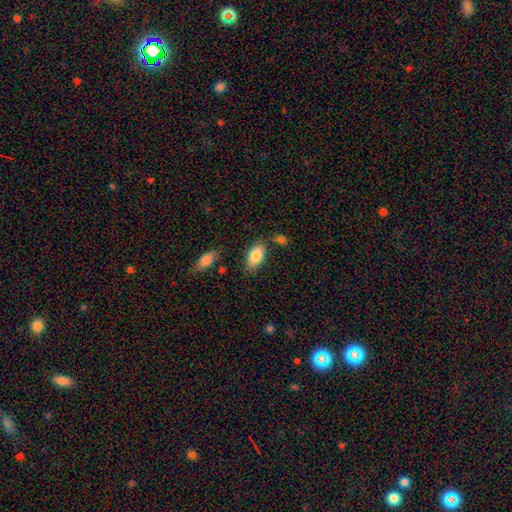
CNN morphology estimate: This appears to be a smooth galaxy with no disk features (85%) that is in between round and cigar-shaped (93%). Merging: none (76%).